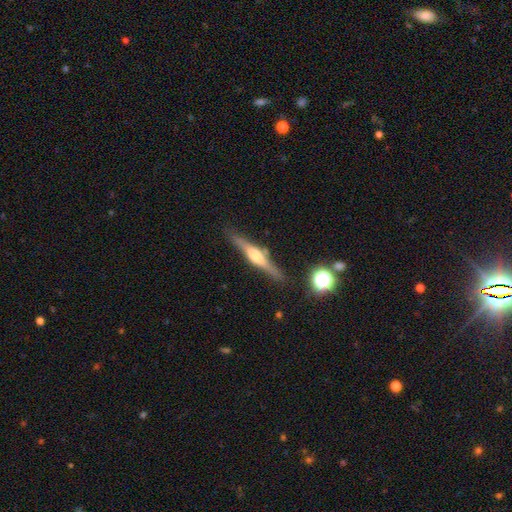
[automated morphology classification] Smooth or featured?
  - featured or disk: 76% *
  - smooth: 18%
  - star or artifact: 7%
Edge-on disk?
  - yes: 97% *
  - no: 3%
Edge-on bulge?
  - rounded: 86% *
  - boxy: 11%
  - none: 3%
Merging?
  - none: 85% *
  - minor disturbance: 10%
  - merger: 3%
  - major disturbance: 2%